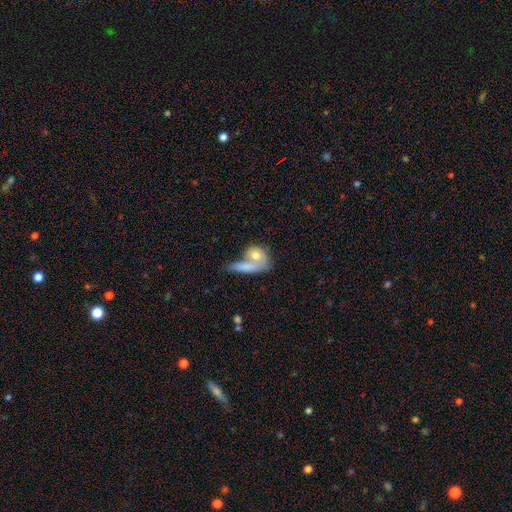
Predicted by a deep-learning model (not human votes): Q: Smooth or featured?
A: smooth (65%); runner-up: featured or disk (27%)
Q: How rounded?
A: in between (52%); runner-up: round (38%)
Q: Merging?
A: merger (52%); runner-up: none (29%)